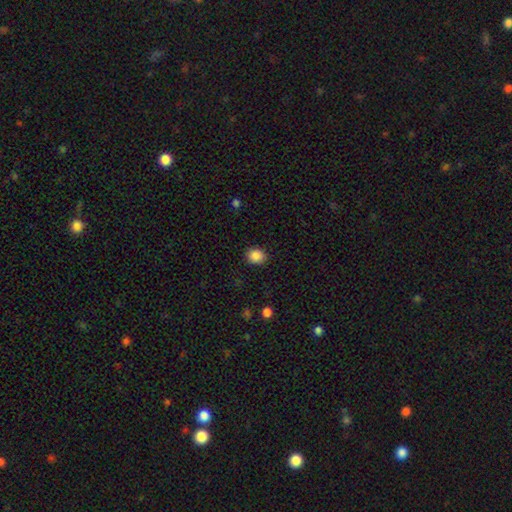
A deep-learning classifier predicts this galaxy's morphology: Overall: smooth (87%). How rounded: round (68%; in between 32%). Merging: none (89%).